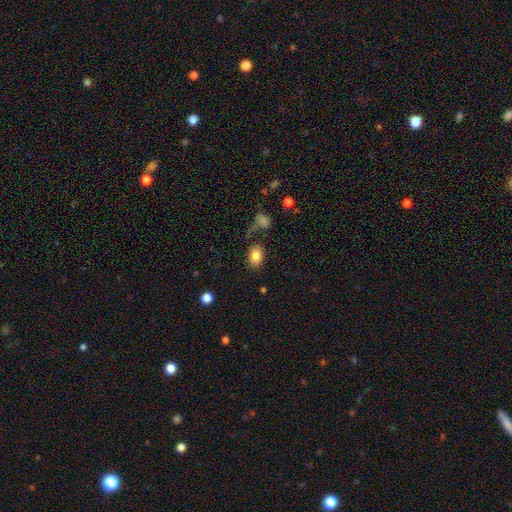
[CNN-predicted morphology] Overall: smooth (82%). How rounded: in between (71%). Merging: none (75%).